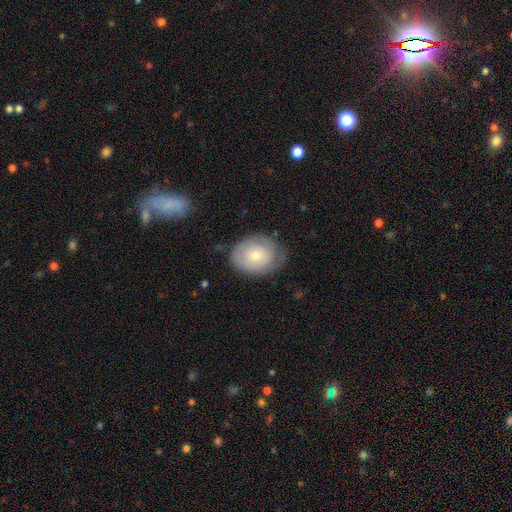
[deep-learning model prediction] This appears to be a smooth galaxy with no disk features (59%) that is in between round and cigar-shaped (55%). Merging: none (66%).